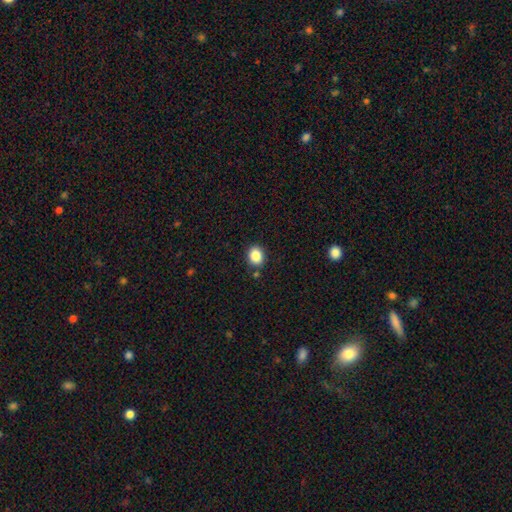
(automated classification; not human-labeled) This appears to be a smooth galaxy with no disk features (86%) that is round (57%). Merging: none (85%).